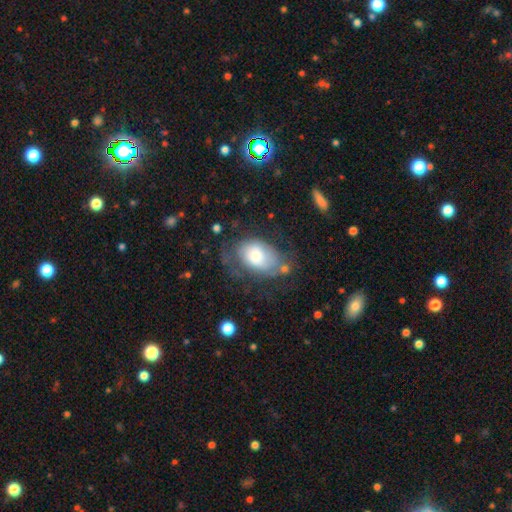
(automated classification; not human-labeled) Q: Smooth or featured?
A: smooth (55%); runner-up: featured or disk (37%)
Q: How rounded?
A: in between (83%); runner-up: round (15%)
Q: Merging?
A: none (45%); runner-up: minor disturbance (28%)